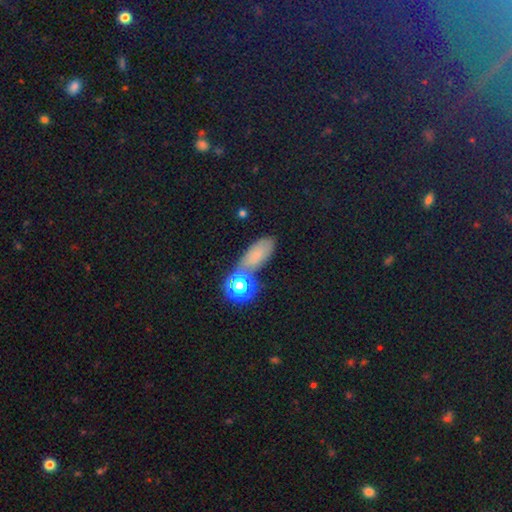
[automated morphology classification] Q: Smooth or featured?
A: smooth (68%); runner-up: star or artifact (19%)
Q: How rounded?
A: in between (78%); runner-up: round (13%)
Q: Merging?
A: none (58%); runner-up: merger (18%)